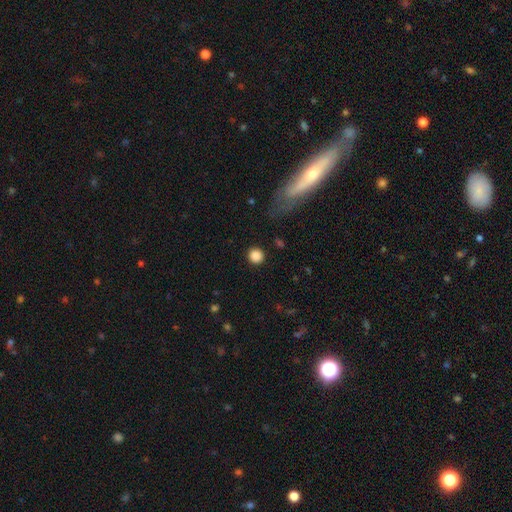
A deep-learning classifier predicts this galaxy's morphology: Smooth or featured? Predicted: smooth (p=0.87). How rounded? Predicted: round (p=0.93). Merging? Predicted: none (p=0.91).